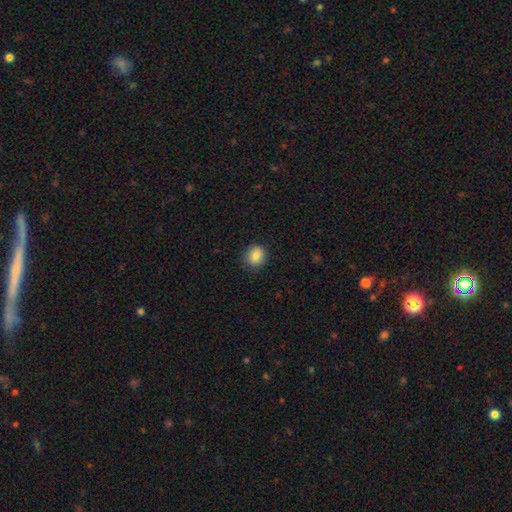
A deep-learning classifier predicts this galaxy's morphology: smooth_or_featured: smooth (p=0.85) [alt: star or artifact p=0.09]
how_rounded: round (p=0.71) [alt: in between p=0.28]
merging: none (p=0.86) [alt: minor disturbance p=0.11]